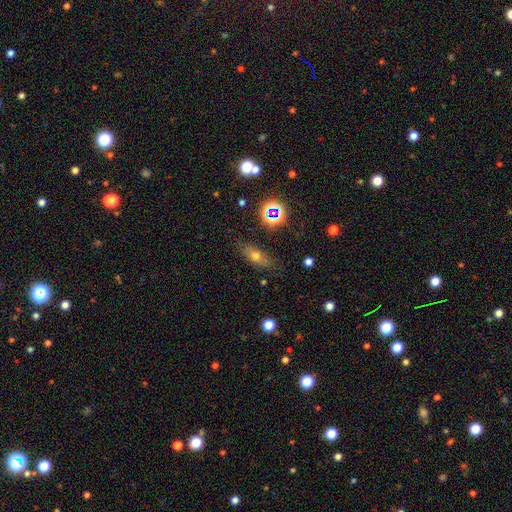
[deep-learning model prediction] Q: Smooth or featured?
A: smooth (59%); runner-up: featured or disk (24%)
Q: How rounded?
A: in between (65%); runner-up: cigar-shaped (25%)
Q: Merging?
A: none (77%); runner-up: minor disturbance (16%)